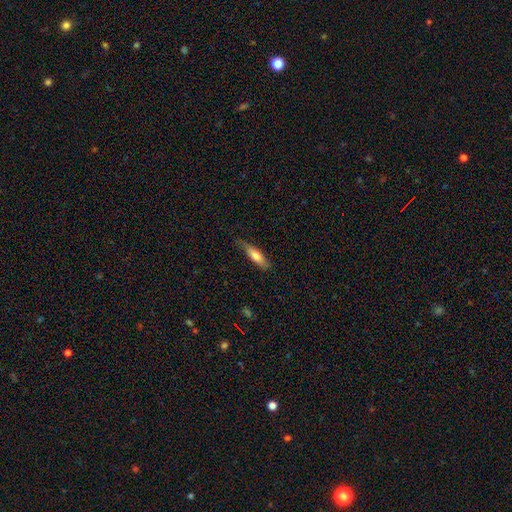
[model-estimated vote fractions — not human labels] A smooth galaxy with no disk features (69%) that is cigar-shaped (65%).

Vote fractions:
- Smooth or featured? smooth: 69% / featured or disk: 25% / star or artifact: 6%
- How rounded? cigar-shaped: 65% / in between: 33% / round: 2%
- Merging? none: 66% / minor disturbance: 27% / major disturbance: 5% / merger: 1%